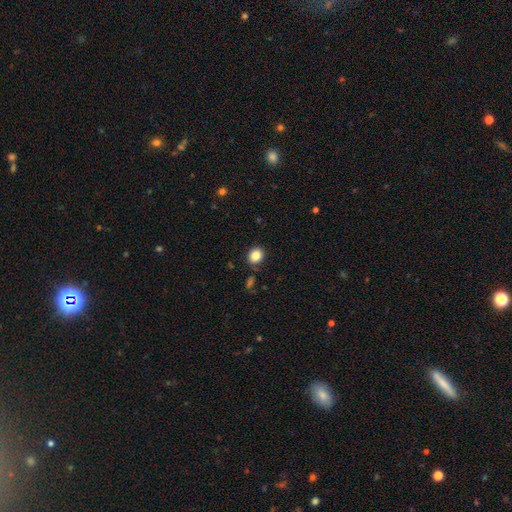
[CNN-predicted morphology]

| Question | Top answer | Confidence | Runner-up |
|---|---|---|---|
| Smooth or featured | smooth | 86% | star or artifact (9%) |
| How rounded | round | 59% | in between (40%) |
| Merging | none | 84% | minor disturbance (10%) |